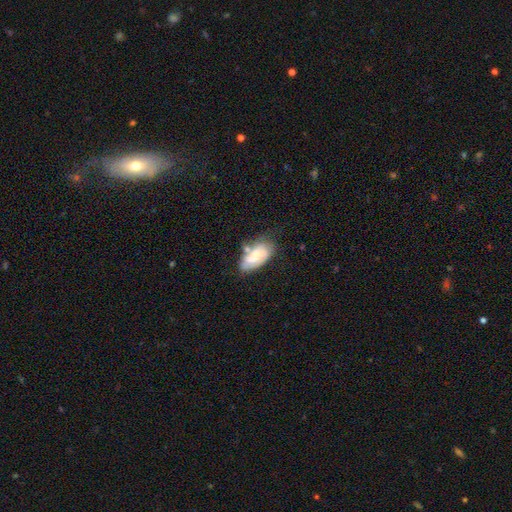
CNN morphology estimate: smooth_or_featured: featured or disk (p=0.58) [alt: smooth p=0.35]
disk_edge_on: no (p=0.95) [alt: yes p=0.05]
bar: no (p=0.55) [alt: weak p=0.36]
has_spiral_arms: yes (p=0.83) [alt: no p=0.17]
bulge_size: moderate (p=0.44) [alt: small p=0.39]
merging: none (p=0.46) [alt: minor disturbance p=0.27]